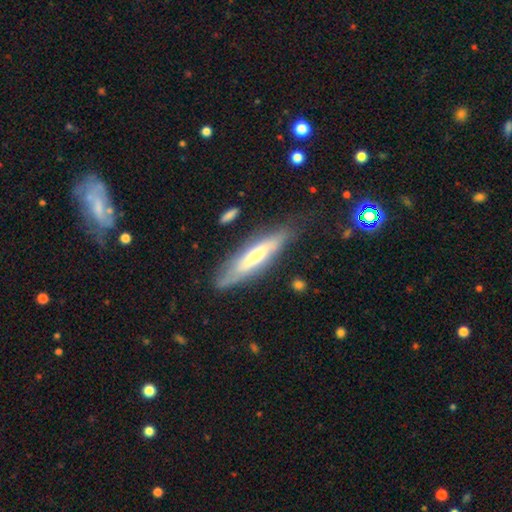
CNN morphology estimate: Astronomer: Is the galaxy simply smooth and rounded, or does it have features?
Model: featured or disk — 56% (runner-up: smooth, 37%).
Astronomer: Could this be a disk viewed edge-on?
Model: yes — 72%.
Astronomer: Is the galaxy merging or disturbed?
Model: none — 74%.